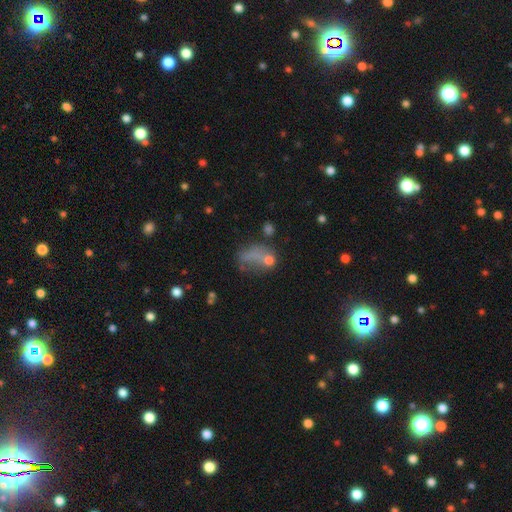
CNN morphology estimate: Q: Smooth or featured?
A: smooth (54%); runner-up: featured or disk (24%)
Q: How rounded?
A: in between (68%); runner-up: round (28%)
Q: Merging?
A: major disturbance (39%); runner-up: none (27%)